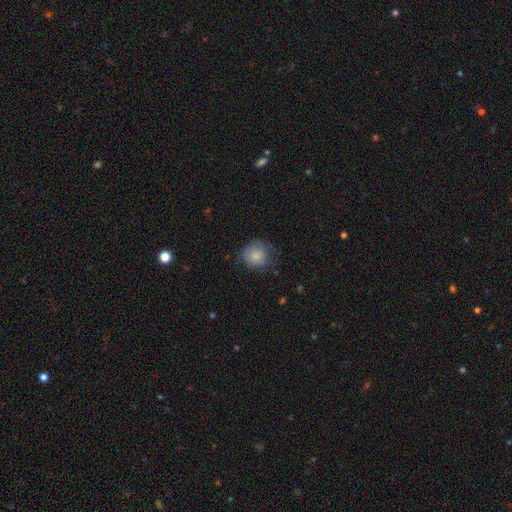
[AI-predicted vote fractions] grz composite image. It shows a smooth galaxy with no disk features (83%) that is round (76%). Merging: none (62%).